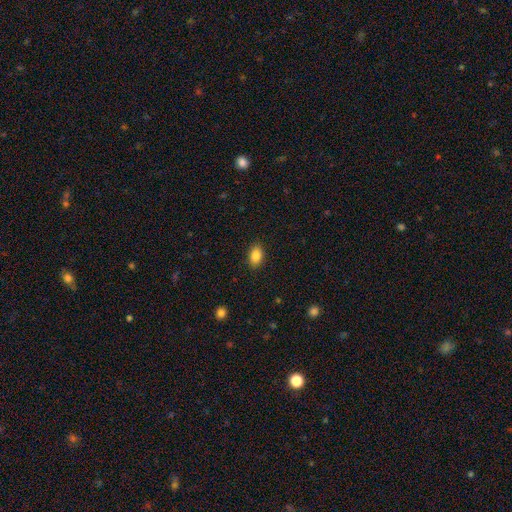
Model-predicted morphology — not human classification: type=smooth (86%); roundness=in between (87%); merging=none (88%).